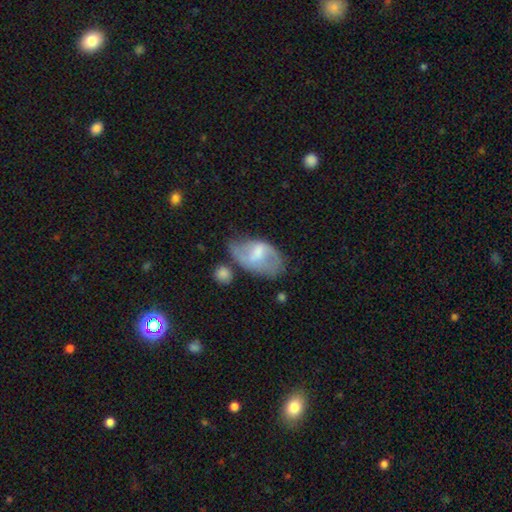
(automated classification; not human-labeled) Q: Smooth or featured?
A: featured or disk (53%); runner-up: smooth (40%)
Q: Edge-on disk?
A: no (94%); runner-up: yes (6%)
Q: Merging?
A: none (47%); runner-up: minor disturbance (30%)